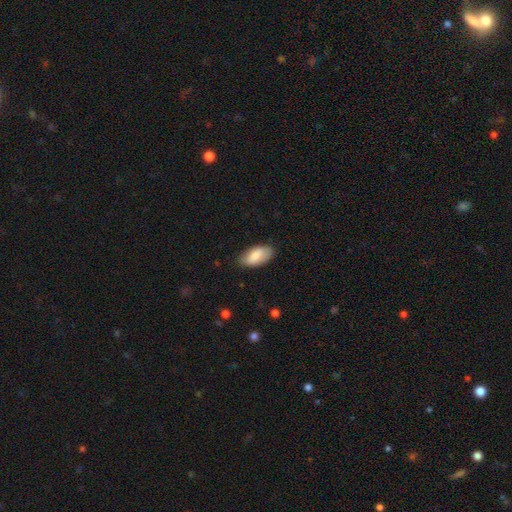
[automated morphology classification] Smooth or featured?
  - smooth: 80% *
  - featured or disk: 14%
  - star or artifact: 6%
How rounded?
  - in between: 94% *
  - cigar-shaped: 4%
  - round: 2%
Merging?
  - none: 80% *
  - minor disturbance: 16%
  - major disturbance: 3%
  - merger: 1%